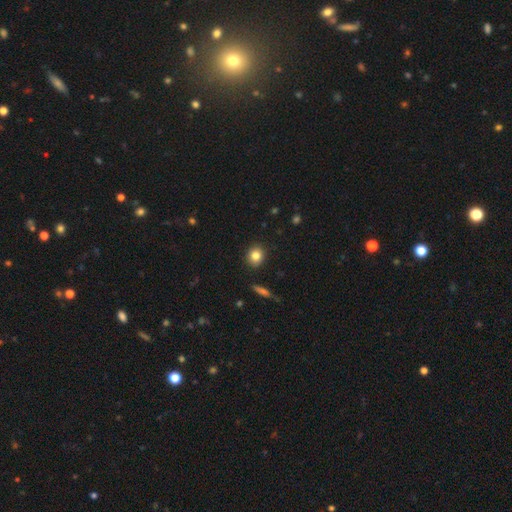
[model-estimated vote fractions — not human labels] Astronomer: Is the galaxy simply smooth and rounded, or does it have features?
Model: smooth — 82%.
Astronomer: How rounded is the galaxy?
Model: round — 80%.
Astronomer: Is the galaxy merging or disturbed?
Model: none — 90%.